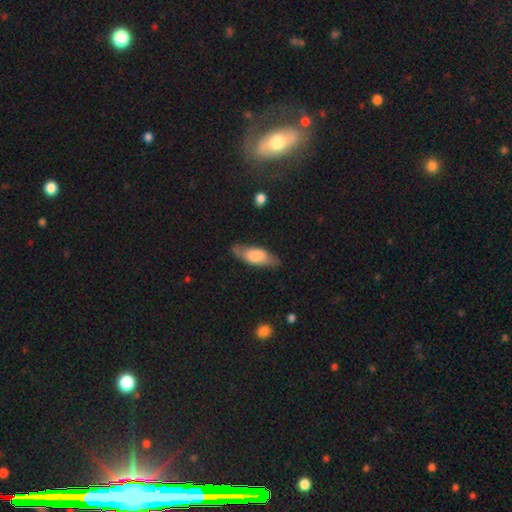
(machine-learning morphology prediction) A smooth galaxy with no disk features (71%) that is in between round and cigar-shaped (68%). Merging: none (74%).